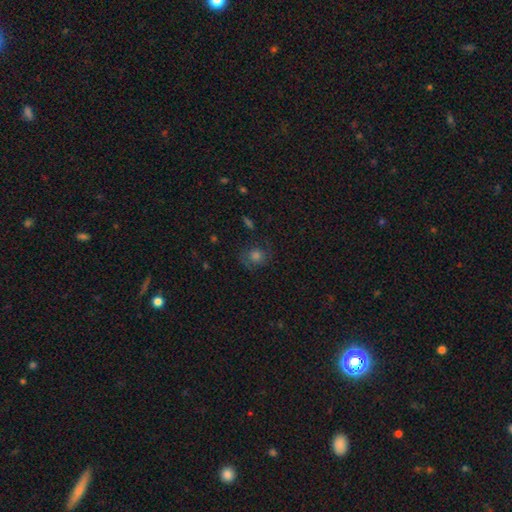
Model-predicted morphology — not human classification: Smooth or featured: smooth — 54% (featured or disk — 24%)
How rounded: round — 76% (in between — 23%)
Merging: none — 71% (minor disturbance — 17%)